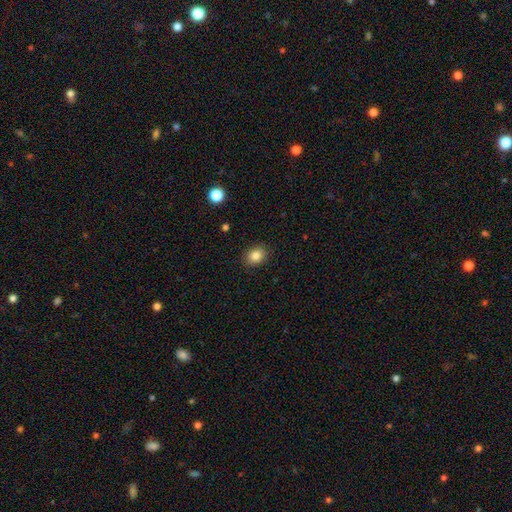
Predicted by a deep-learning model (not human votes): This appears to be a smooth galaxy with no disk features (85%) that is in between round and cigar-shaped (55%). Merging: none (88%).